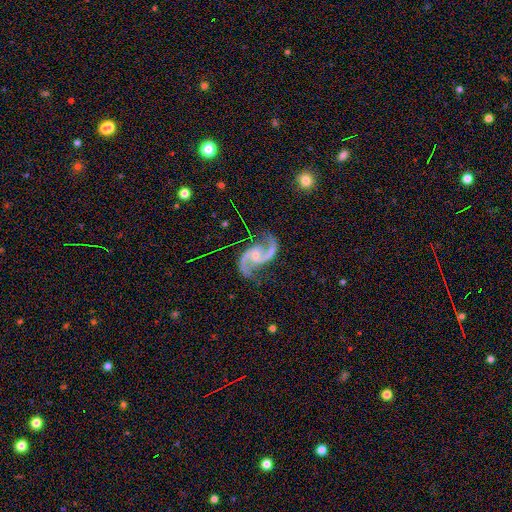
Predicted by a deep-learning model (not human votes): Overall: featured or disk (94%). Edge-on disk: no (98%). Bar: no (51%; weak 38%). Spiral arms: yes (98%). Spiral arm count: 2 (94%). Spiral winding: medium (49%; loose 43%). Bulge size: small (64%; moderate 24%). Merging: none (76%).